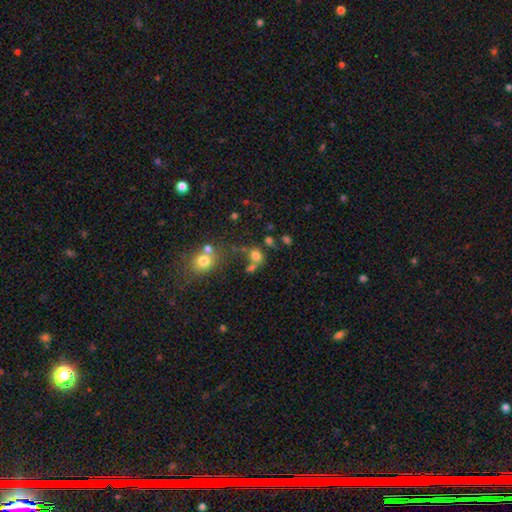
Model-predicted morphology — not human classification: A smooth galaxy with no disk features (73%) that is round (58%). Merging: none (49%).